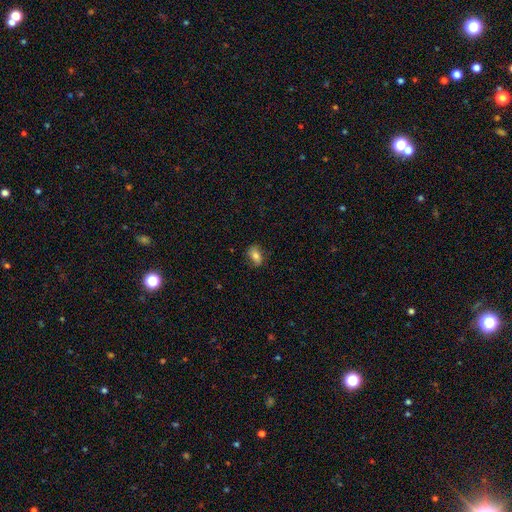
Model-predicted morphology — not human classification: Smooth or featured? Predicted: smooth (p=0.75). How rounded? Predicted: in between (p=0.83). Merging? Predicted: none (p=0.77).